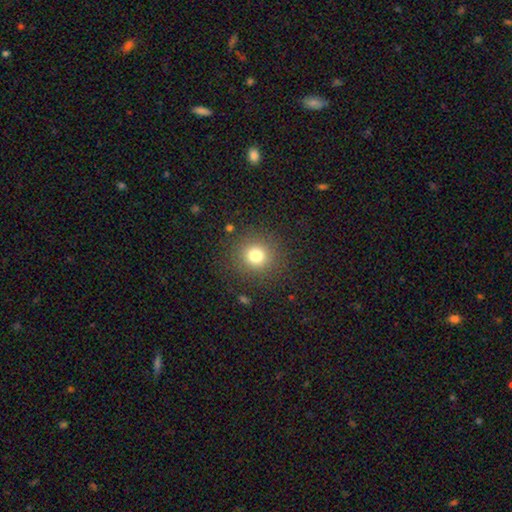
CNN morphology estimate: The model was most divided on "smooth or featured": smooth: 77%, star or artifact: 15%, featured or disk: 8%. More confident: how rounded — round (91%); merging — none (88%).